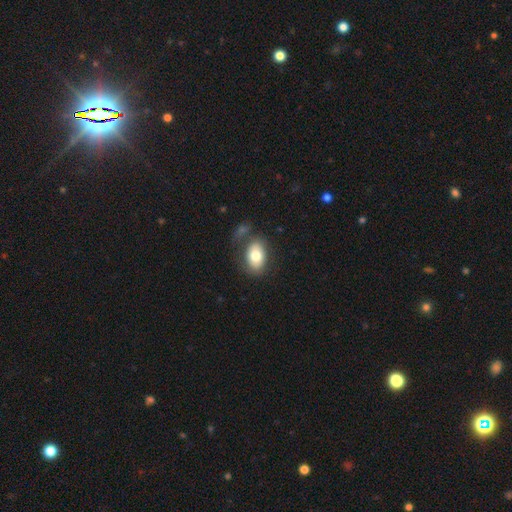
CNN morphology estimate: smooth-or-featured: smooth: 74% | featured or disk: 19% | star or artifact: 7%
  how-rounded: in between: 84% | round: 15% | cigar-shaped: 1%
  merging: none: 65% | minor disturbance: 18% | major disturbance: 9% | merger: 8%